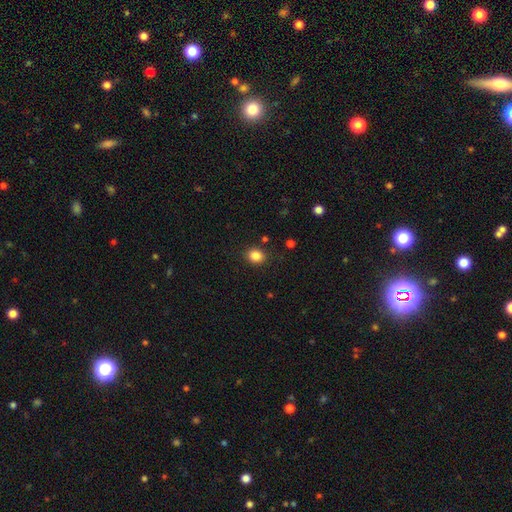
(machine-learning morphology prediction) smooth-or-featured: smooth: 85% | star or artifact: 11% | featured or disk: 4%
  how-rounded: round: 62% | in between: 38% | cigar-shaped: 1%
  merging: none: 86% | minor disturbance: 9% | major disturbance: 3% | merger: 2%